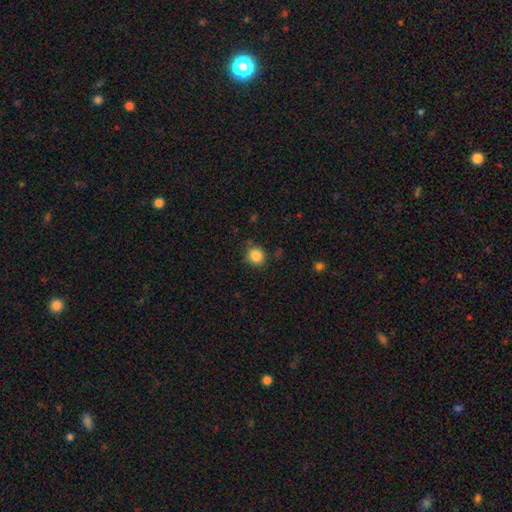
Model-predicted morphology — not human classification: smooth 86%, star or artifact 11%, featured or disk 4%. Down the decision tree: how rounded — round (90%); merging — none (86%).